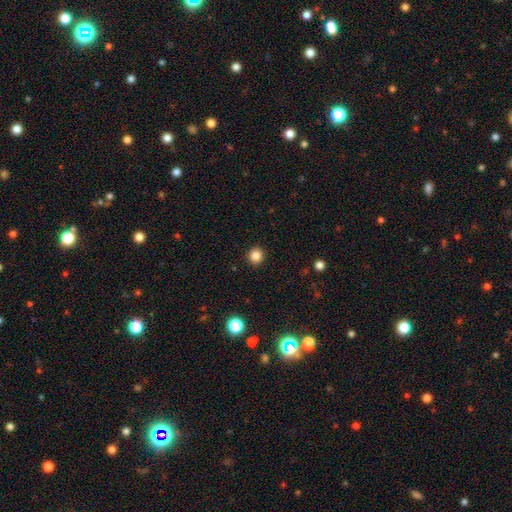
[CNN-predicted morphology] Smooth or featured?
  - smooth: 85% *
  - star or artifact: 11%
  - featured or disk: 4%
How rounded?
  - round: 92% *
  - in between: 7%
  - cigar-shaped: 1%
Merging?
  - none: 93% *
  - minor disturbance: 5%
  - major disturbance: 2%
  - merger: 1%